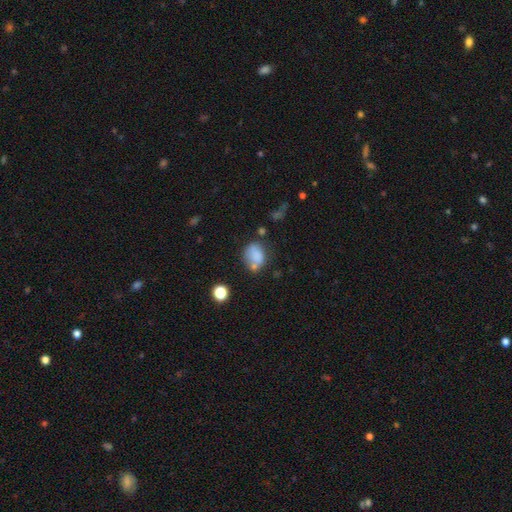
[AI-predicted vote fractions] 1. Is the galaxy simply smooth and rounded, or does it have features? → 75% smooth, 14% featured or disk, 11% star or artifact.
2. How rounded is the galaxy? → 59% in between, 39% round, 1% cigar-shaped.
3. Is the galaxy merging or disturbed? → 46% none, 24% minor disturbance, 18% merger, 11% major disturbance.